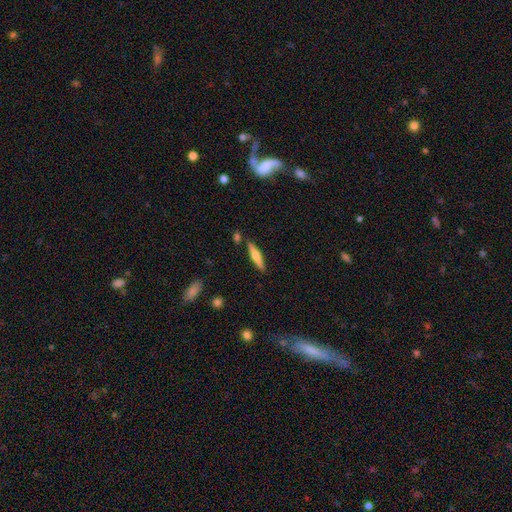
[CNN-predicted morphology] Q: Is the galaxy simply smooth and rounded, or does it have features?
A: smooth — 47%, tied with featured or disk.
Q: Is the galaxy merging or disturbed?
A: none — 85%.